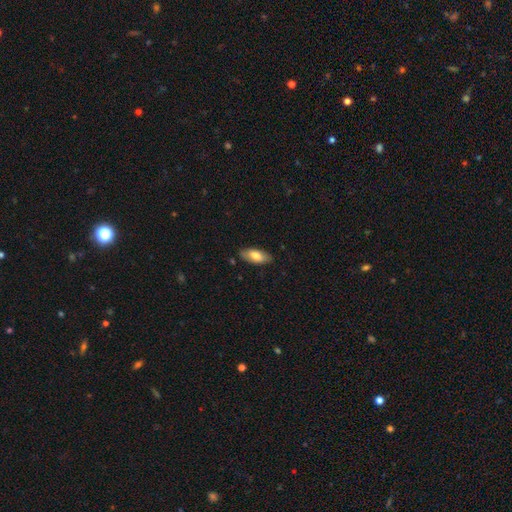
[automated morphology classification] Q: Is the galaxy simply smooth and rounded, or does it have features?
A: smooth — 74%.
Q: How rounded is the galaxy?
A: in between — 86%.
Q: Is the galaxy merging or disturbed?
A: none — 82%.